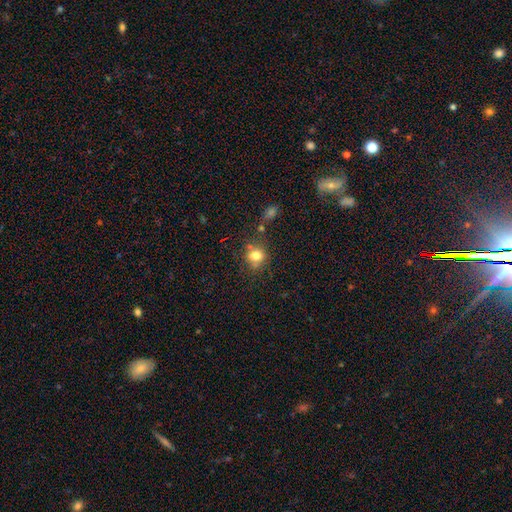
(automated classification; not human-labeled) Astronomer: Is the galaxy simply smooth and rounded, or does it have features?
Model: smooth — 77%.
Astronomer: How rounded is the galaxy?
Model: round — 69%.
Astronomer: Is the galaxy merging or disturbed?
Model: none — 64%.